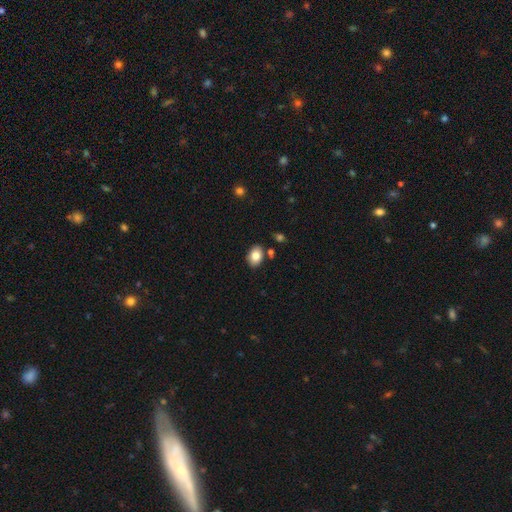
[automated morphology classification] Smooth or featured? Predicted: smooth (p=0.83). How rounded? Predicted: in between (p=0.81). Merging? Predicted: none (p=0.82).